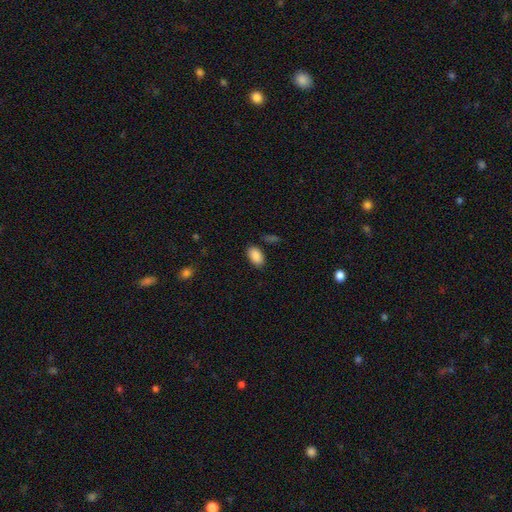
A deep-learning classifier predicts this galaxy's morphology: Smooth or featured? smooth (89%)
How rounded? in between (93%)
Merging? none (83%)